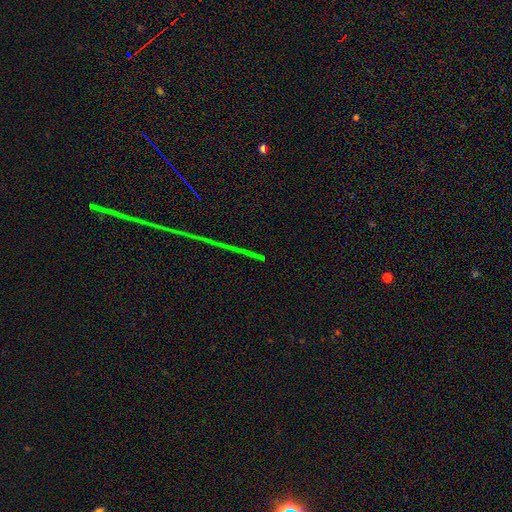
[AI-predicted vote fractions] Overall: star or artifact (81%).